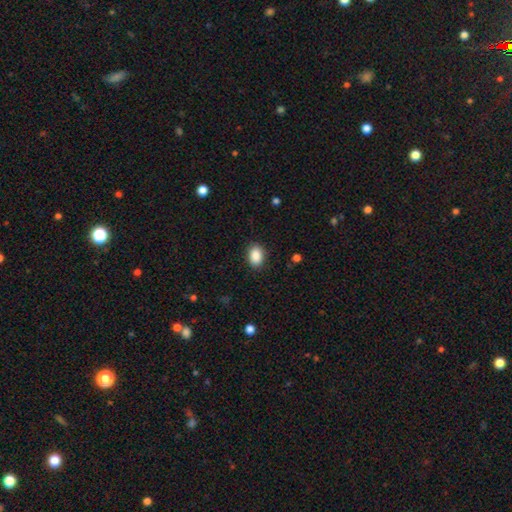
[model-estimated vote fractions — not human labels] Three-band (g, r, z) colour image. It shows a smooth galaxy with no disk features (89%) that is in between round and cigar-shaped (80%). Merging: none (88%).